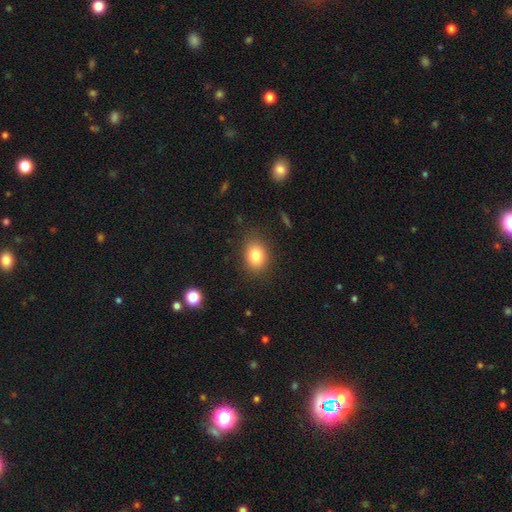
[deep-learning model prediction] Smooth or featured: smooth — 82% (star or artifact — 10%)
How rounded: in between — 60% (round — 39%)
Merging: none — 84% (minor disturbance — 12%)